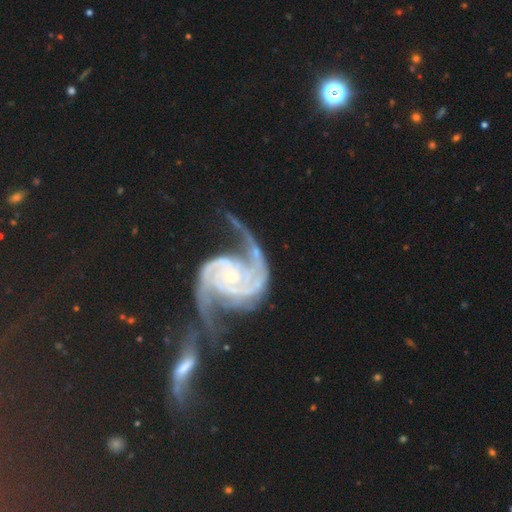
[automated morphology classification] Q: Smooth or featured?
A: featured or disk (94%); runner-up: star or artifact (4%)
Q: Edge-on disk?
A: no (98%); runner-up: yes (2%)
Q: Bar?
A: no (66%); runner-up: weak (24%)
Q: Spiral arms?
A: yes (99%); runner-up: no (1%)
Q: Spiral winding?
A: medium (49%); runner-up: loose (26%)
Q: Spiral arm count?
A: 2 (83%); runner-up: 3 (5%)
Q: Bulge size?
A: small (78%); runner-up: moderate (18%)
Q: Merging?
A: none (44%); runner-up: major disturbance (23%)